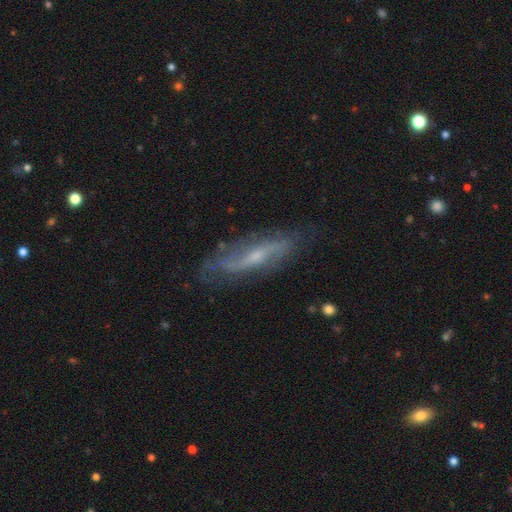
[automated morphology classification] The model was most divided on "bar" (2-way tie): no: 42%, weak: 42%, strong: 17%. More confident: spiral arms — yes (85%); smooth or featured — featured or disk (74%); merging — none (73%); edge-on disk — no (68%); bulge size — small (60%).